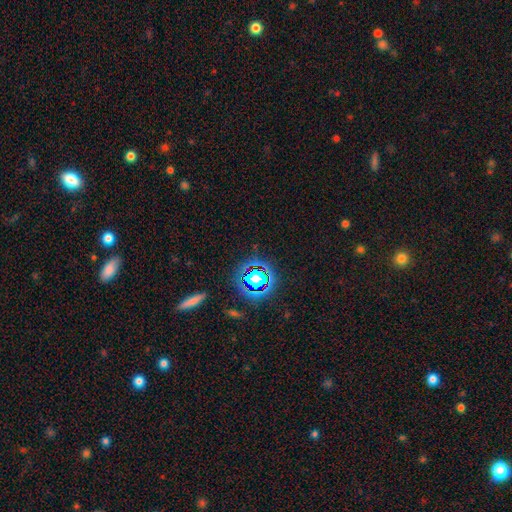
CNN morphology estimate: Smooth or featured: star or artifact — 73% (smooth — 17%)